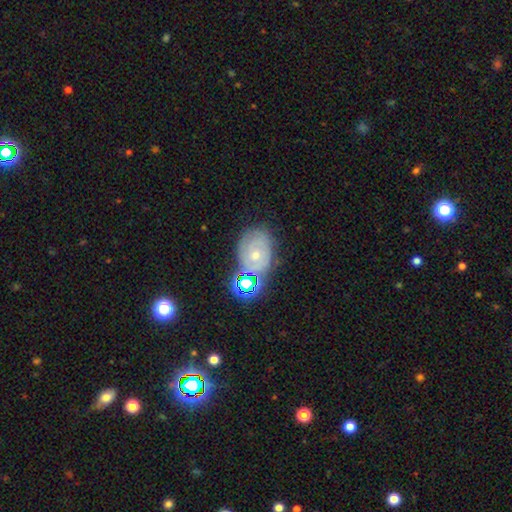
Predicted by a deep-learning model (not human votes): smooth-or-featured: featured or disk: 56% | smooth: 26% | star or artifact: 18%
  disk-edge-on: no: 96% | yes: 4%
    bar: no: 79% | weak: 17% | strong: 4%
    has-spiral-arms: yes: 74% | no: 26%
    bulge-size: small: 52% | moderate: 43% | large: 2% | none: 2% | dominant: 1%
  merging: none: 65% | minor disturbance: 20% | merger: 8% | major disturbance: 7%